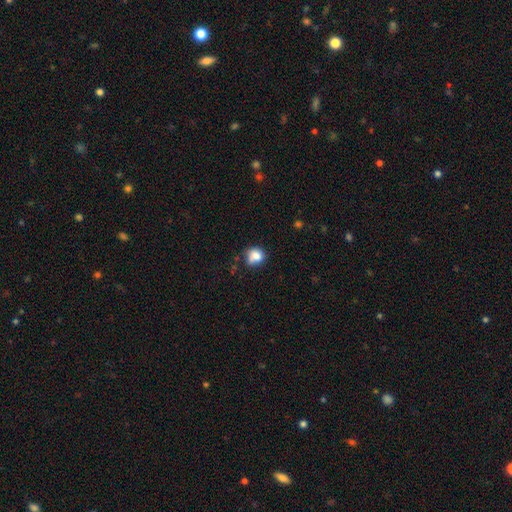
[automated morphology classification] smooth-or-featured: smooth: 77% | featured or disk: 12% | star or artifact: 11%
  how-rounded: round: 68% | in between: 31% | cigar-shaped: 1%
  merging: none: 46% | minor disturbance: 26% | merger: 18% | major disturbance: 10%